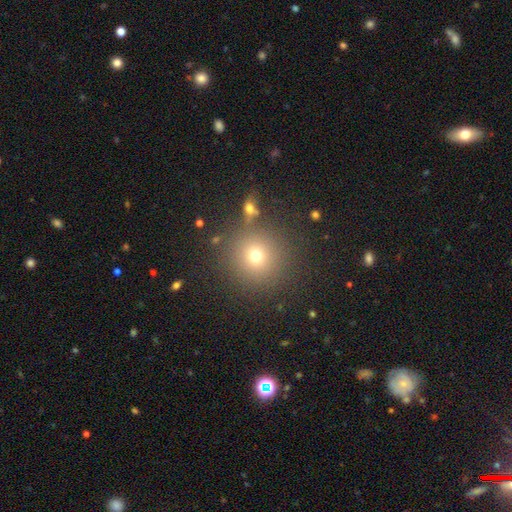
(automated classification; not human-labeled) This is likely a smooth galaxy (71%). How rounded: clearly round (93%). Merging: clearly none (84%).